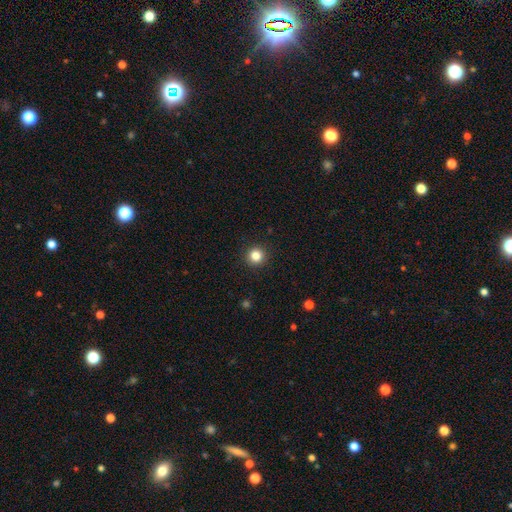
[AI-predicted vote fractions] Overall: smooth (84%). How rounded: round (95%). Merging: none (93%).